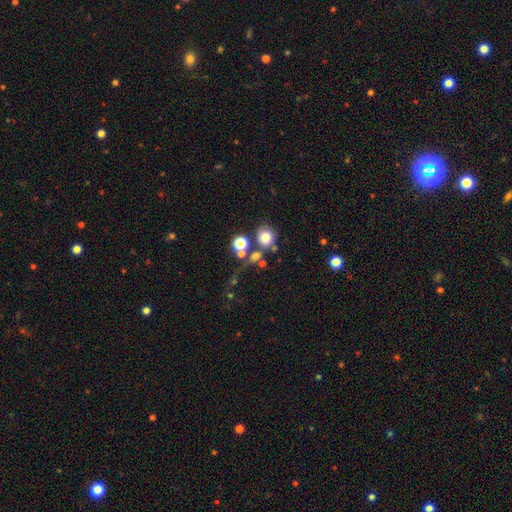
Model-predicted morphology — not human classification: A smooth galaxy with no disk features (63%) that is round (83%). Merging: none (61%).